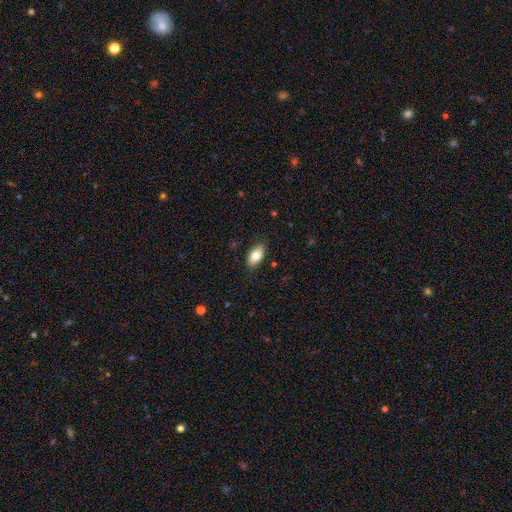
Smooth or featured: smooth — 74% (featured or disk — 21%)
How rounded: in between — 96% (cigar-shaped — 4%)
Merging: none — 81% (minor disturbance — 14%)